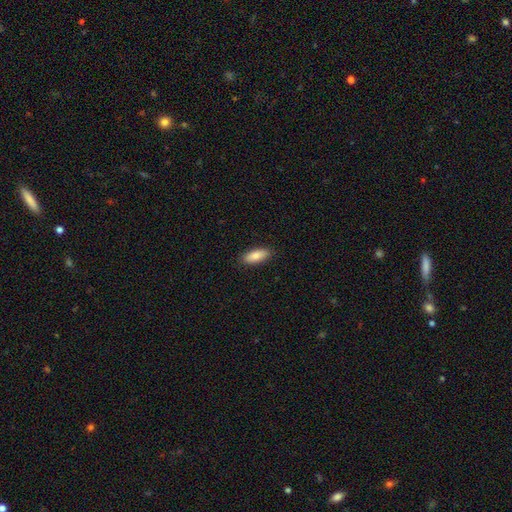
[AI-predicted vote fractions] Smooth or featured?
  - smooth: 84% *
  - featured or disk: 10%
  - star or artifact: 6%
How rounded?
  - in between: 76% *
  - cigar-shaped: 22%
  - round: 2%
Merging?
  - none: 89% *
  - minor disturbance: 9%
  - major disturbance: 2%
  - merger: 1%